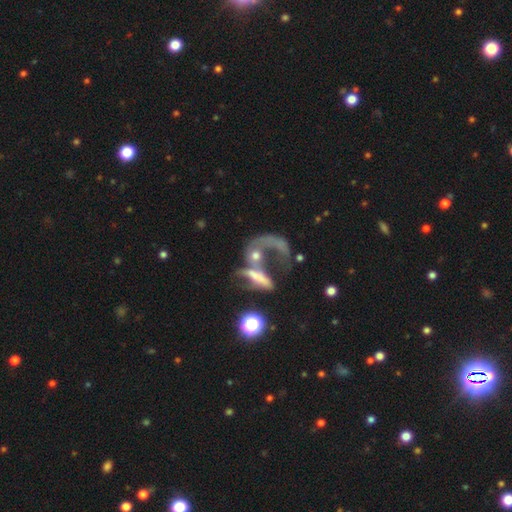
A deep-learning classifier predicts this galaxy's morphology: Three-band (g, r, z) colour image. It shows a featured or disk galaxy (53%). Merging: merger (50%).